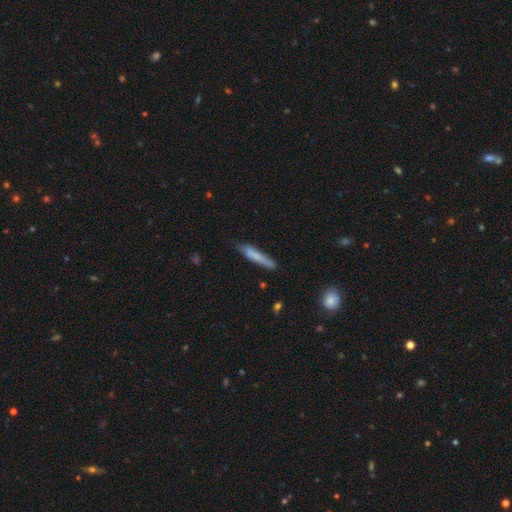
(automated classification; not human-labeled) Smooth or featured? smooth (71%)
How rounded? cigar-shaped (91%)
Merging? none (70%)